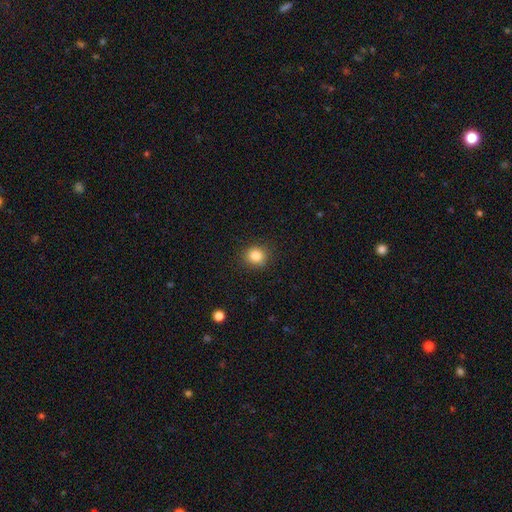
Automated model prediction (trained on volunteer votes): smooth-or-featured: smooth: 85% | star or artifact: 11% | featured or disk: 5%
  how-rounded: round: 84% | in between: 15% | cigar-shaped: 1%
  merging: none: 88% | minor disturbance: 8% | major disturbance: 2% | merger: 1%